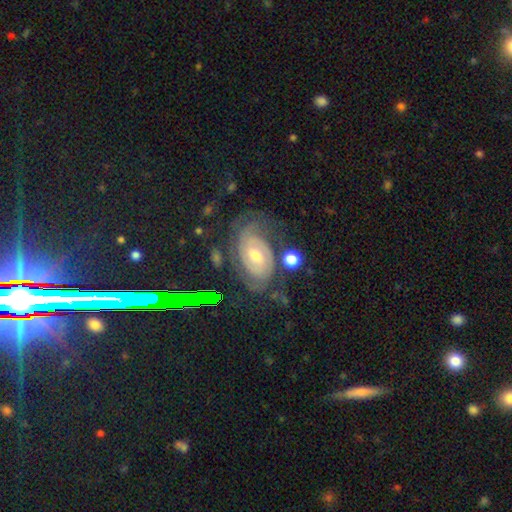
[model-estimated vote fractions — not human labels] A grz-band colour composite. It shows a featured or disk galaxy (82%) with no bar (55%), 2 (50%) tight (71%) spiral arms (94%) and a moderate central bulge (67%). Merging: none (65%).